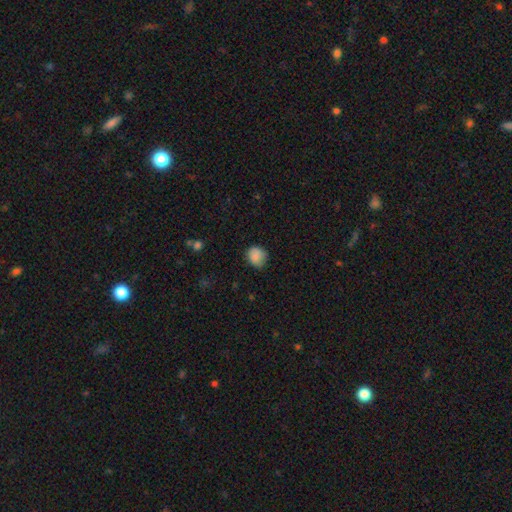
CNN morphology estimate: The model was most divided on "merging": none: 74%, minor disturbance: 21%, major disturbance: 4%, merger: 1%. More confident: smooth or featured — smooth (87%); how rounded — round (78%).